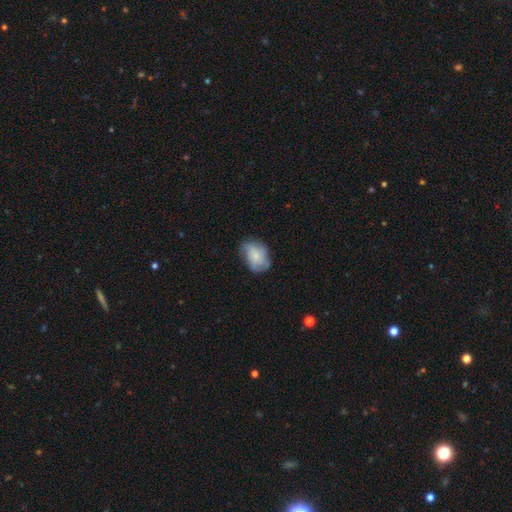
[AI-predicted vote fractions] Q: Smooth or featured?
A: featured or disk (46%); tied with: smooth (46%)
Q: Merging?
A: none (60%); runner-up: minor disturbance (28%)